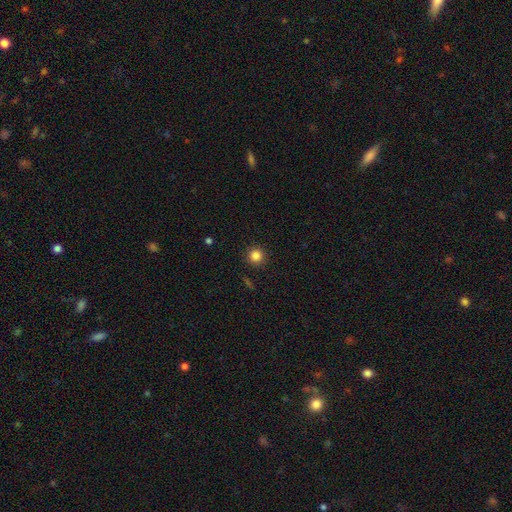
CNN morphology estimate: smooth 84%, star or artifact 12%, featured or disk 5%. Down the decision tree: how rounded — round (95%); merging — none (91%).